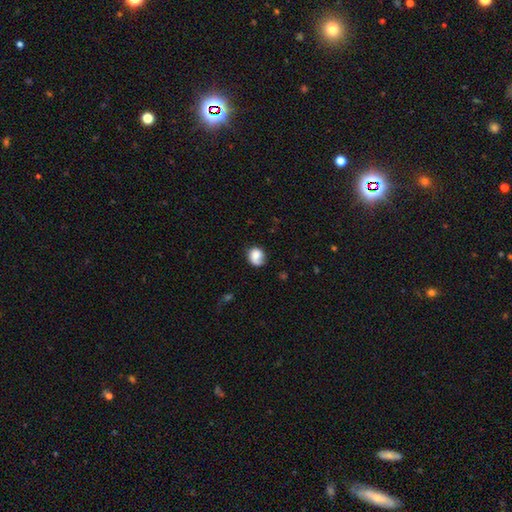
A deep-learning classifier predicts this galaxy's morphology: type=smooth (73%); roundness=round (63%); merging=none (53%).